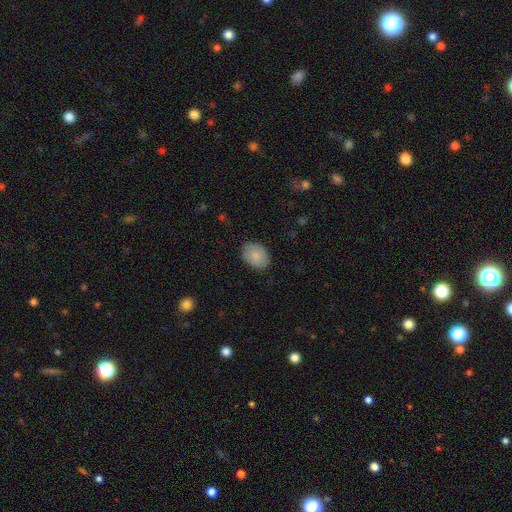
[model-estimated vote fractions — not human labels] Smooth or featured? smooth (87%)
How rounded? in between (74%)
Merging? none (86%)